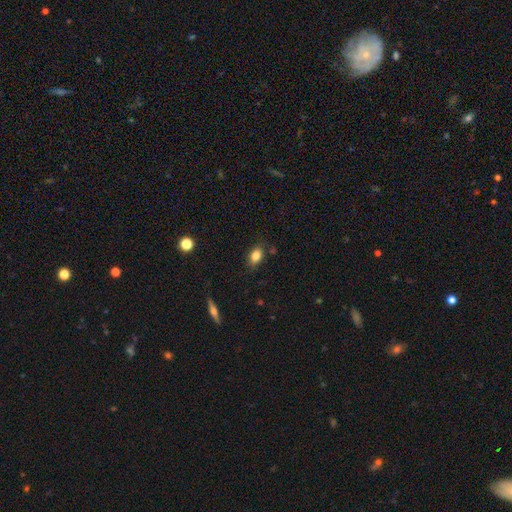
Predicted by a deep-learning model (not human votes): Smooth or featured?
  - smooth: 82% *
  - star or artifact: 9%
  - featured or disk: 9%
How rounded?
  - in between: 81% *
  - round: 16%
  - cigar-shaped: 3%
Merging?
  - none: 80% *
  - minor disturbance: 14%
  - major disturbance: 3%
  - merger: 2%